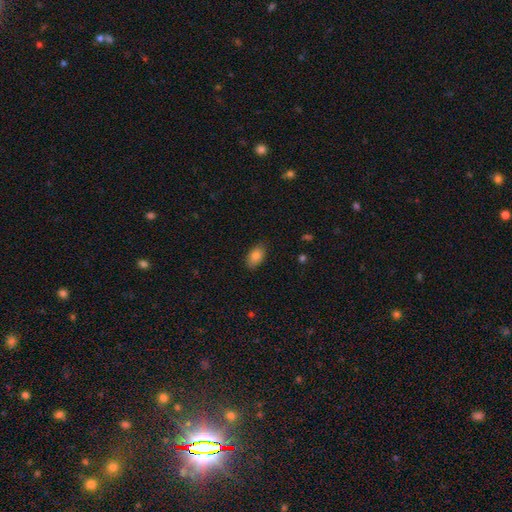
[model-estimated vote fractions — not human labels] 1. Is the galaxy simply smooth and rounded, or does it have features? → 83% smooth, 9% featured or disk, 8% star or artifact.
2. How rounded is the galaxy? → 92% in between, 6% round, 2% cigar-shaped.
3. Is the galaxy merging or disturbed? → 86% none, 11% minor disturbance, 2% major disturbance, 1% merger.